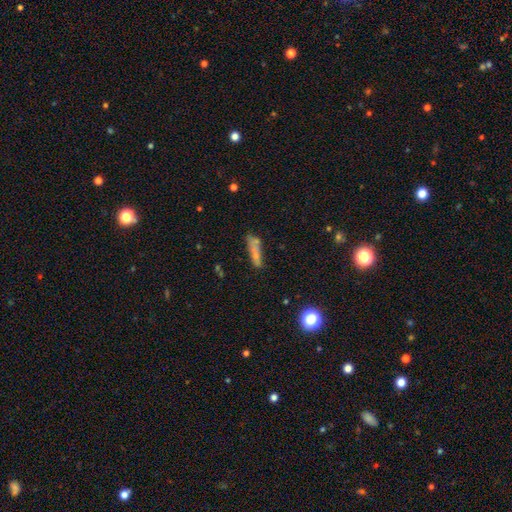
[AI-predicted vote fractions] smooth-or-featured: smooth: 54% | featured or disk: 26% | star or artifact: 20%
  how-rounded: cigar-shaped: 73% | in between: 22% | round: 6%
  merging: none: 57% | minor disturbance: 20% | merger: 12% | major disturbance: 12%